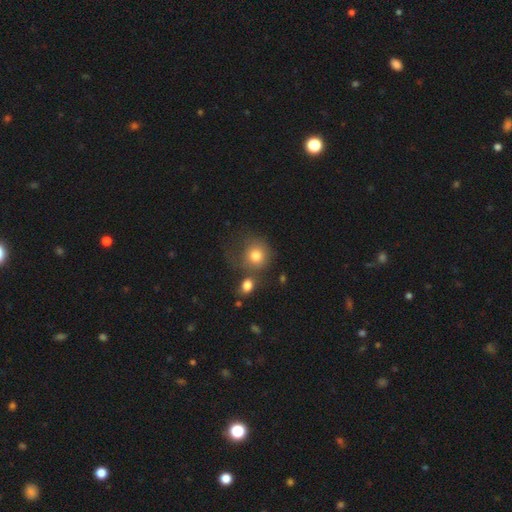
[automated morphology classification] Smooth or featured? Predicted: smooth (p=0.78). How rounded? Predicted: round (p=0.86). Merging? Predicted: none (p=0.49).